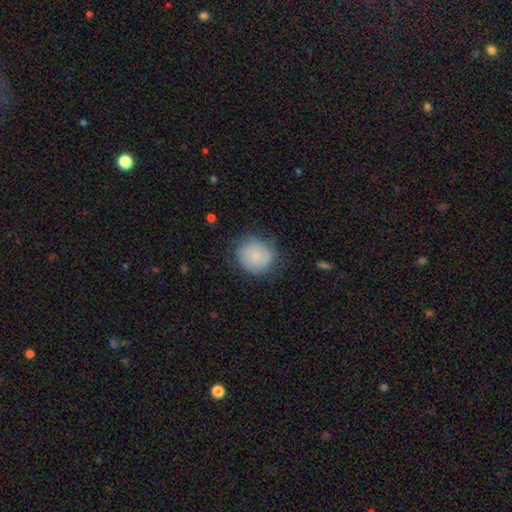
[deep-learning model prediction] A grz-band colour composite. It shows a smooth galaxy with no disk features (78%) that is round (82%). Merging: none (72%).